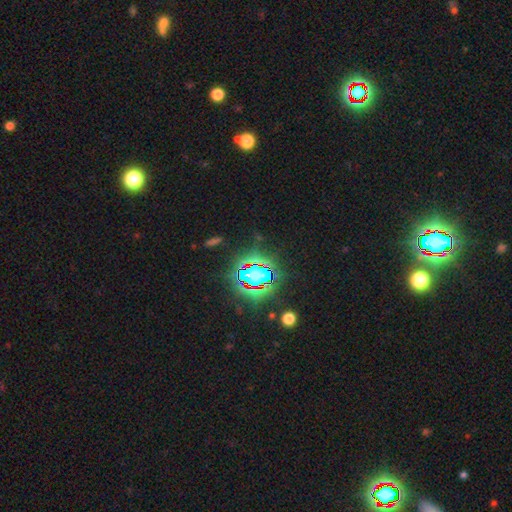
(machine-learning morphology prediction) A star or artifact, not a galaxy (80%).